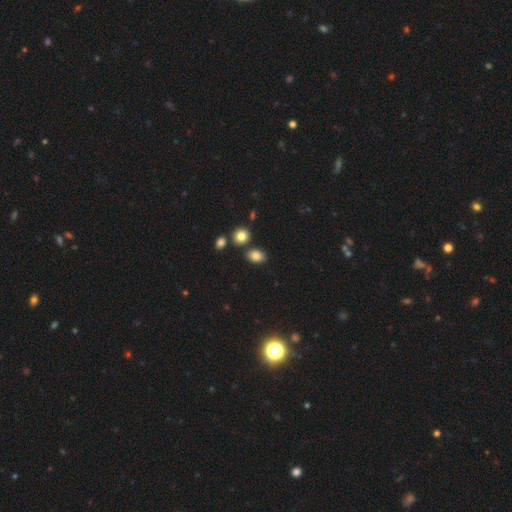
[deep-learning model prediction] Smooth or featured? smooth (84%)
How rounded? in between (77%)
Merging? none (76%)